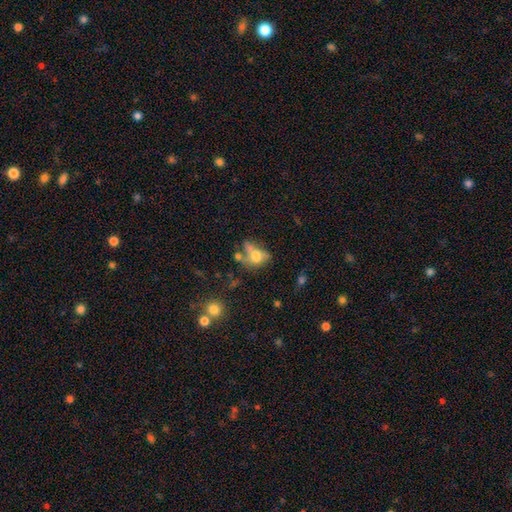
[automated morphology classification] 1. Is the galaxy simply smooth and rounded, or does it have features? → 57% smooth, 30% featured or disk, 13% star or artifact.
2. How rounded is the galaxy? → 69% in between, 29% round, 2% cigar-shaped.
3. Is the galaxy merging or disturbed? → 36% merger, 27% none, 21% major disturbance, 17% minor disturbance.